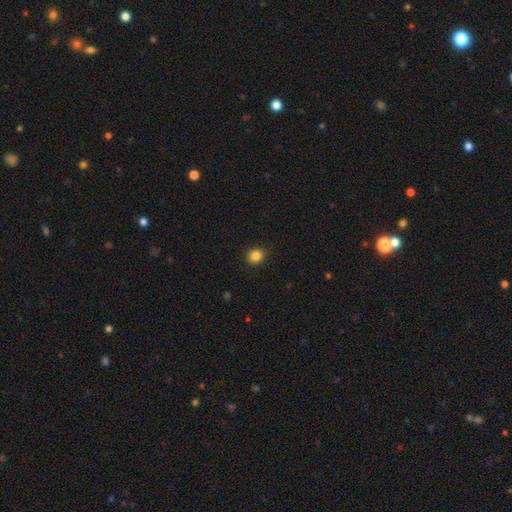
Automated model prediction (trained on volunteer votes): Morphology: type=smooth (85%); roundness=round (88%); merging=none (91%).